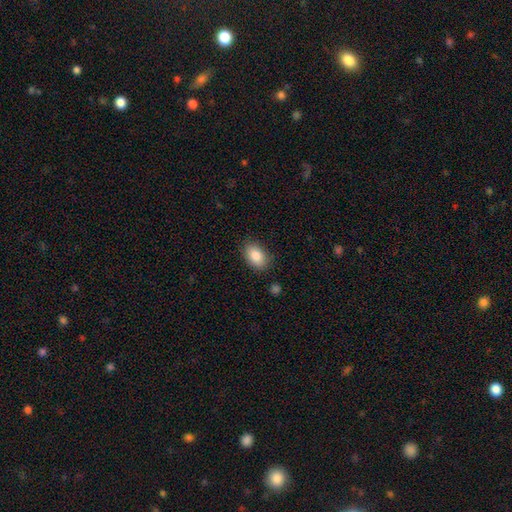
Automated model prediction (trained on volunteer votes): smooth-or-featured: smooth: 87% | star or artifact: 7% | featured or disk: 6%
  how-rounded: in between: 89% | round: 10% | cigar-shaped: 1%
  merging: none: 86% | minor disturbance: 10% | major disturbance: 3% | merger: 1%